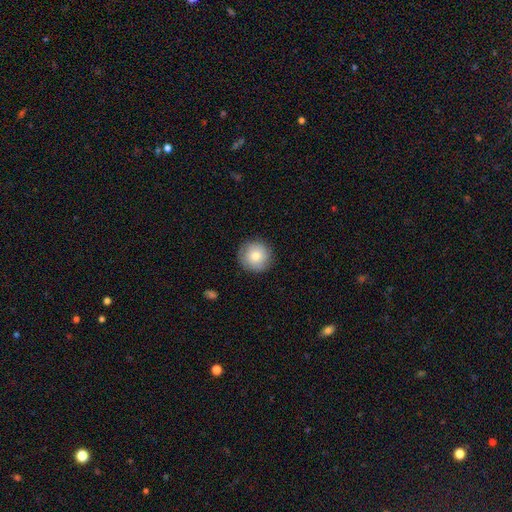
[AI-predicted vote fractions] Smooth or featured?
  - smooth: 74% *
  - featured or disk: 18%
  - star or artifact: 8%
How rounded?
  - round: 95% *
  - in between: 4%
  - cigar-shaped: 1%
Merging?
  - none: 86% *
  - minor disturbance: 10%
  - major disturbance: 3%
  - merger: 1%